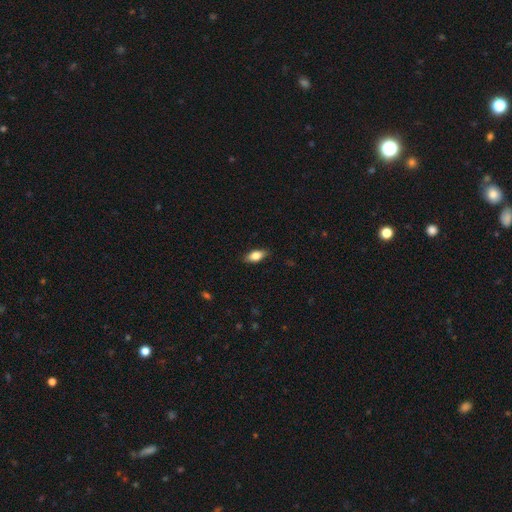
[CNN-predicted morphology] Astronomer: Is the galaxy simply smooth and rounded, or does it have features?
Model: smooth — 79%.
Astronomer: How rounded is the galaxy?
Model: in between — 86%.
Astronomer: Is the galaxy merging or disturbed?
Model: none — 86%.